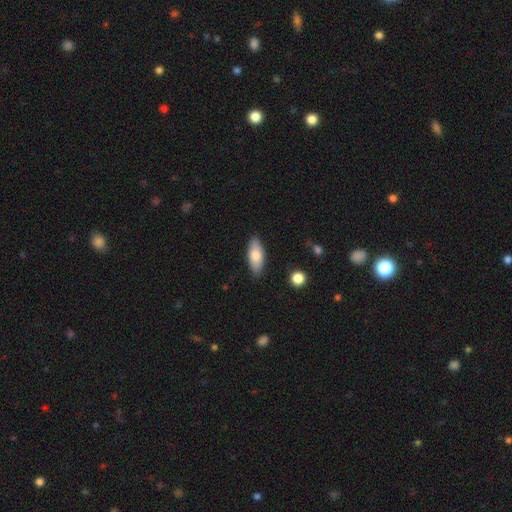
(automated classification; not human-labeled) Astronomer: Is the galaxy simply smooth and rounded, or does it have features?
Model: smooth — 75%.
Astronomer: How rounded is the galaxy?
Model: in between — 82%.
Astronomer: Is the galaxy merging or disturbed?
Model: none — 86%.